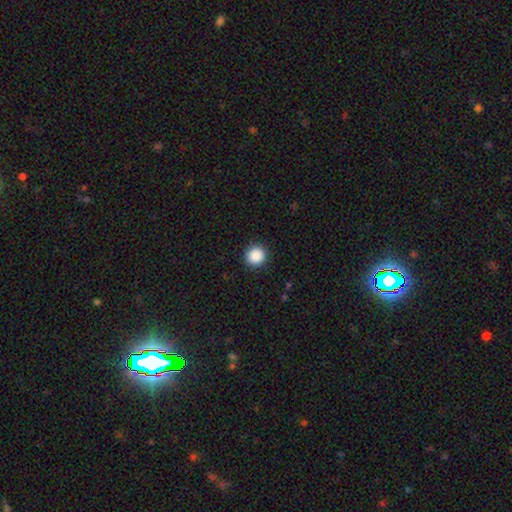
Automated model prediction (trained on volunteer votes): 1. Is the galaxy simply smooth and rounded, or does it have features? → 88% smooth, 9% star or artifact, 3% featured or disk.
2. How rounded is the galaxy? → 93% round, 7% in between, 1% cigar-shaped.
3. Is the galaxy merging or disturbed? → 92% none, 5% minor disturbance, 2% major disturbance, 1% merger.